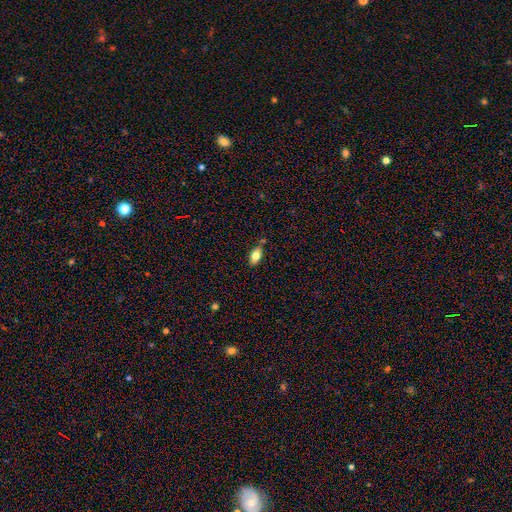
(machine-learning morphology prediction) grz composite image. It shows a smooth galaxy with no disk features (77%) that is in between round and cigar-shaped (90%). Merging: none (80%).